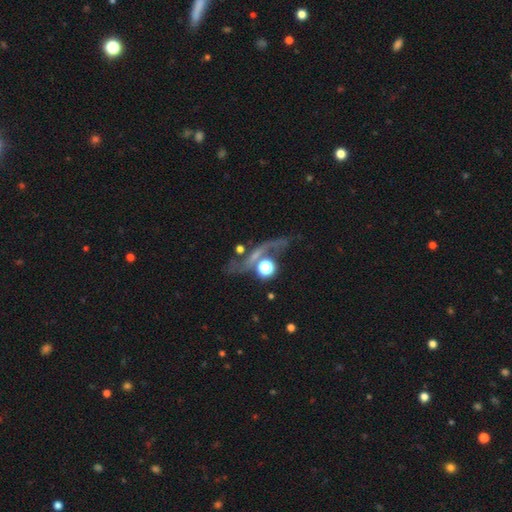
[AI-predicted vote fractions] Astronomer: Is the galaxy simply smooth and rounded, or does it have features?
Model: featured or disk — 47% (runner-up: star or artifact, 27%).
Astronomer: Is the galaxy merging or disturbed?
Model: none — 49%.